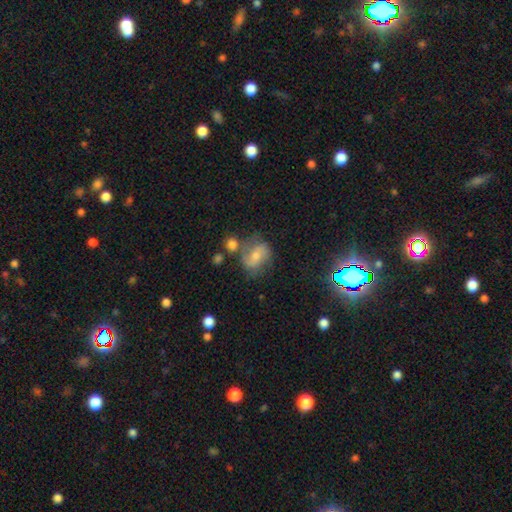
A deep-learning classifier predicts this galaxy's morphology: This appears to be a featured or disk galaxy (48%). Merging: none (51%).